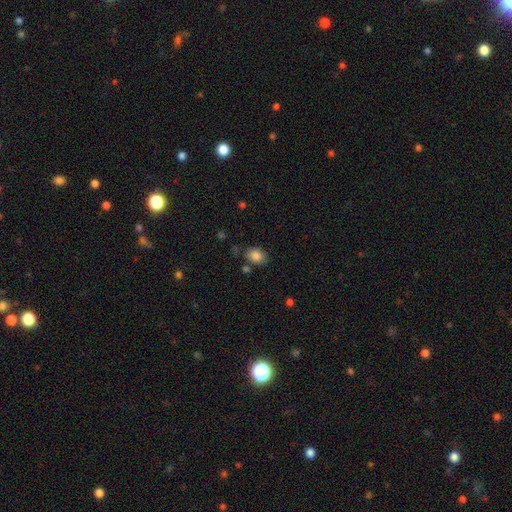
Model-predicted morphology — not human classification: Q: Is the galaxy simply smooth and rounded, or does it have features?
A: smooth — 85%.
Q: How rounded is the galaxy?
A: in between — 68%.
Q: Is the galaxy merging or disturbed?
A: none — 74%.